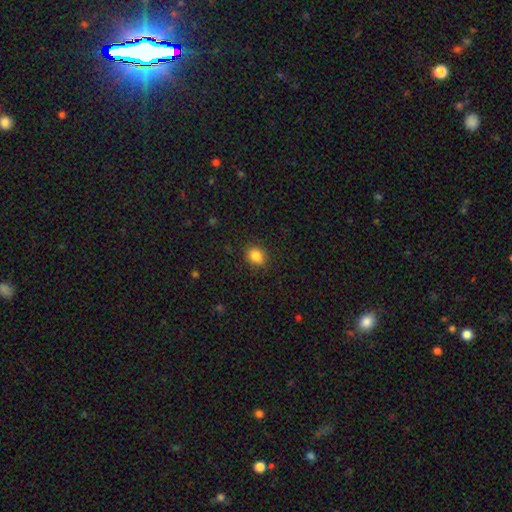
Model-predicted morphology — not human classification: A smooth galaxy with no disk features (85%) that is round (55%).

Vote fractions:
- Smooth or featured? smooth: 85% / star or artifact: 10% / featured or disk: 5%
- How rounded? round: 55% / in between: 44% / cigar-shaped: 1%
- Merging? none: 88% / minor disturbance: 8% / major disturbance: 2% / merger: 1%